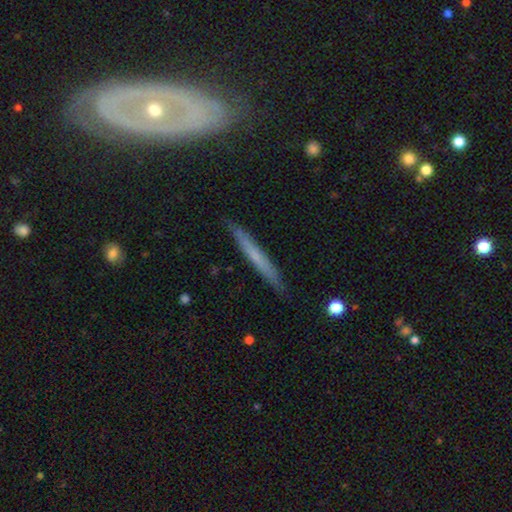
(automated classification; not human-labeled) Smooth or featured: featured or disk — 47% (smooth — 46%)
Merging: none — 88% (minor disturbance — 9%)